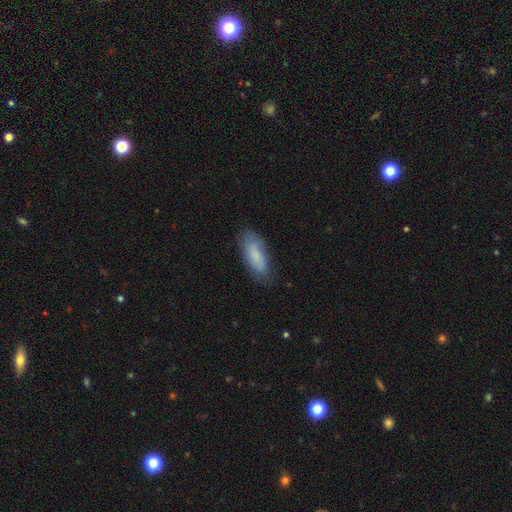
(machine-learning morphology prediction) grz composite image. It shows a smooth galaxy with no disk features (80%) that is in between round and cigar-shaped (74%). Merging: none (75%).